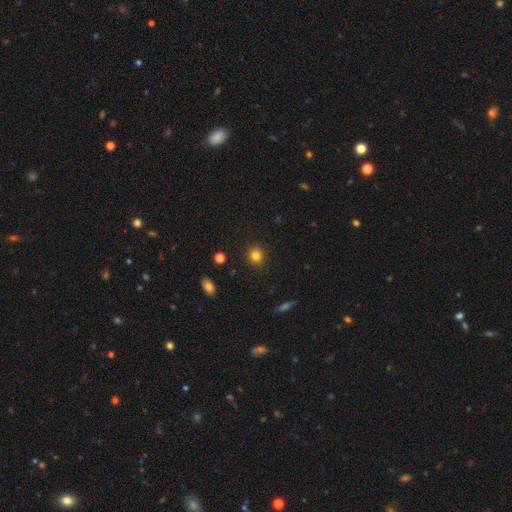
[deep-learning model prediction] smooth_or_featured: smooth (p=0.83) [alt: star or artifact p=0.12]
how_rounded: round (p=0.87) [alt: in between p=0.12]
merging: none (p=0.91) [alt: minor disturbance p=0.06]